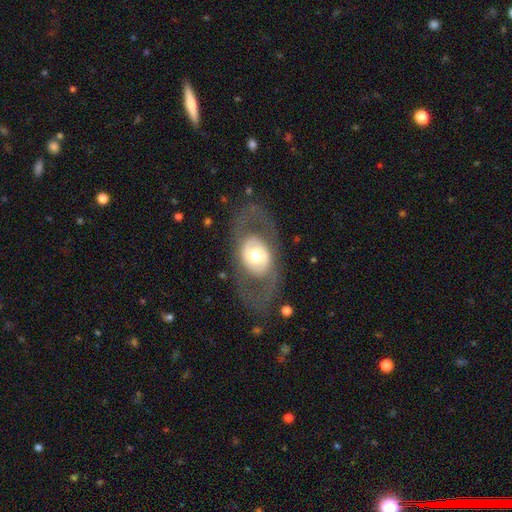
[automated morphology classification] Q: Smooth or featured?
A: featured or disk (62%); runner-up: smooth (33%)
Q: Edge-on disk?
A: no (89%); runner-up: yes (11%)
Q: Bar?
A: no (80%); runner-up: weak (14%)
Q: Spiral arms?
A: no (78%); runner-up: yes (22%)
Q: Bulge size?
A: moderate (56%); runner-up: large (33%)
Q: Merging?
A: none (73%); runner-up: major disturbance (14%)